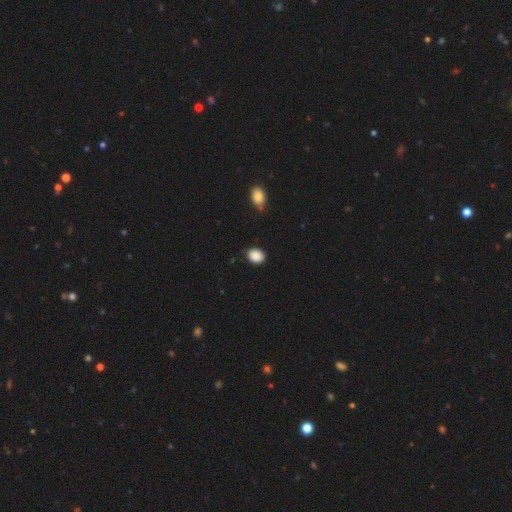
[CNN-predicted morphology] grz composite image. It shows a smooth galaxy with no disk features (89%) that is in between round and cigar-shaped (50%). Merging: none (86%).